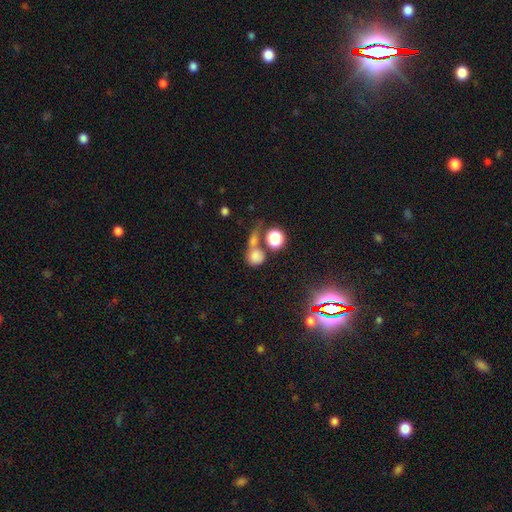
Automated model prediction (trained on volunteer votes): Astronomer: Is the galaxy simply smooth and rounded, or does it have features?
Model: smooth — 74%.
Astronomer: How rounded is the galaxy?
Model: round — 76%.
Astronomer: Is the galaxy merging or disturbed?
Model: merger — 42% (runner-up: none, 40%).